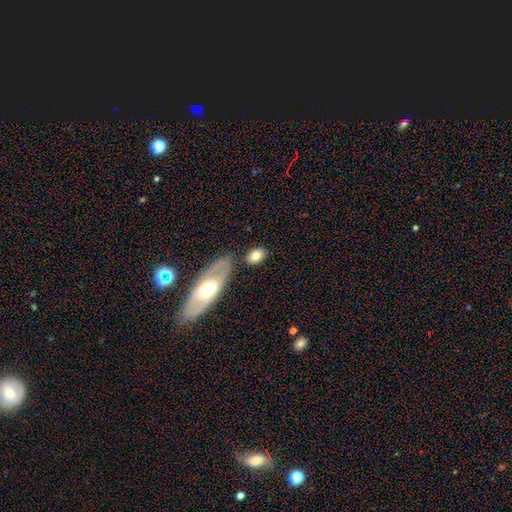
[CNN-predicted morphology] Smooth or featured?
  - smooth: 75% *
  - featured or disk: 18%
  - star or artifact: 7%
How rounded?
  - in between: 75% *
  - round: 21%
  - cigar-shaped: 3%
Merging?
  - none: 74% *
  - minor disturbance: 12%
  - merger: 9%
  - major disturbance: 5%